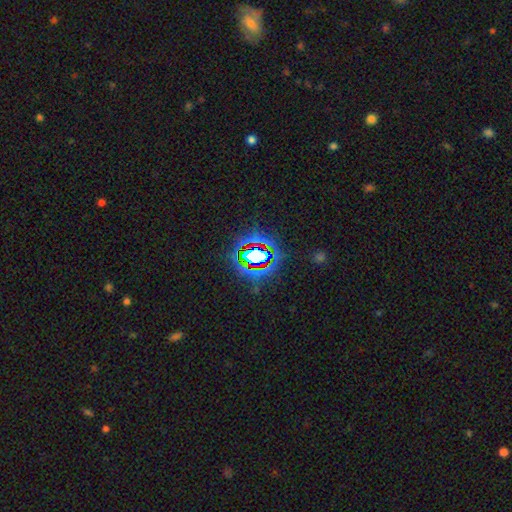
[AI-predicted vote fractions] star or artifact 69%, smooth 19%, featured or disk 12%.